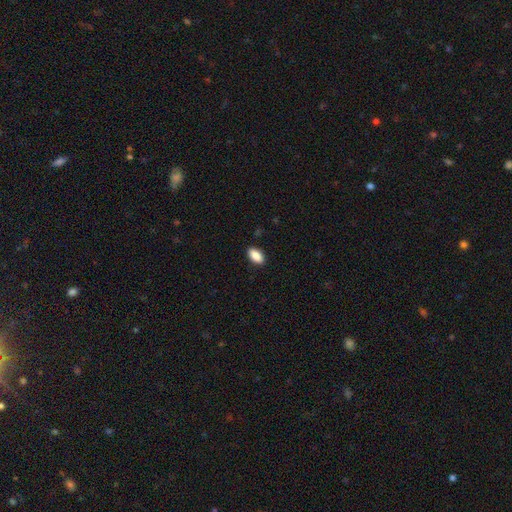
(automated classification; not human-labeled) Smooth or featured? Predicted: smooth (p=0.89). How rounded? Predicted: in between (p=0.93). Merging? Predicted: none (p=0.89).